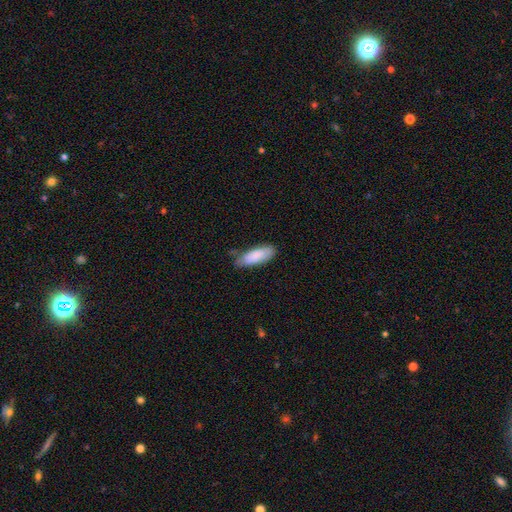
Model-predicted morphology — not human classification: A smooth galaxy with no disk features (85%) that is in between round and cigar-shaped (68%).

Vote fractions:
- Smooth or featured? smooth: 85% / featured or disk: 10% / star or artifact: 6%
- How rounded? in between: 68% / cigar-shaped: 30% / round: 2%
- Merging? none: 67% / minor disturbance: 26% / major disturbance: 5% / merger: 2%